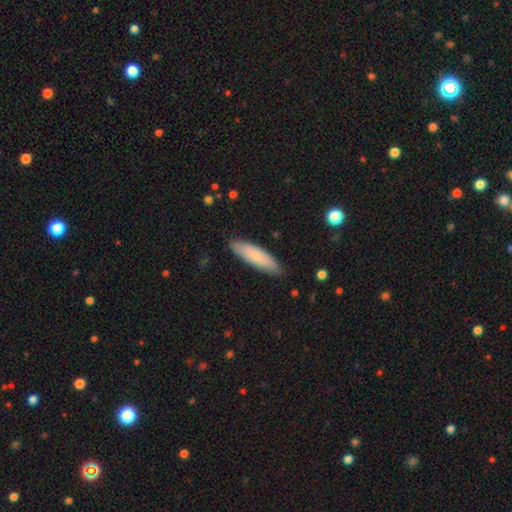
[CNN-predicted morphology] The model was most divided on "how rounded": cigar-shaped: 62%, in between: 36%, round: 2%. More confident: merging — none (86%); smooth or featured — smooth (76%).